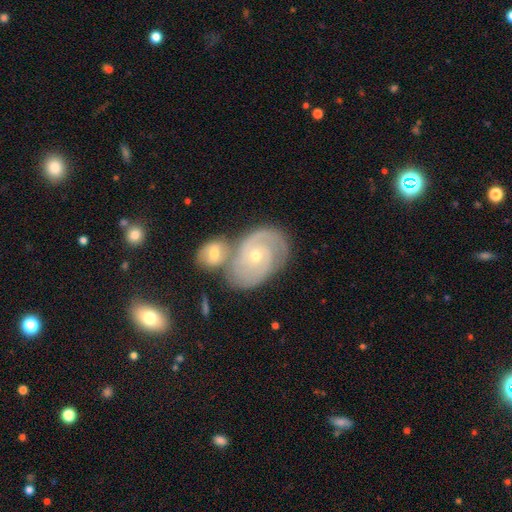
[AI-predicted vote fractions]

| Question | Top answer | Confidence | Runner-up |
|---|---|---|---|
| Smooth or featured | featured or disk | 86% | smooth (8%) |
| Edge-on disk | no | 97% | yes (3%) |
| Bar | no | 73% | weak (23%) |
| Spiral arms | yes | 96% | no (4%) |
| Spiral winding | tight | 65% | medium (29%) |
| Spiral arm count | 2 | 60% | can't tell (17%) |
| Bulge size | small | 56% | moderate (41%) |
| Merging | none | 50% | merger (31%) |